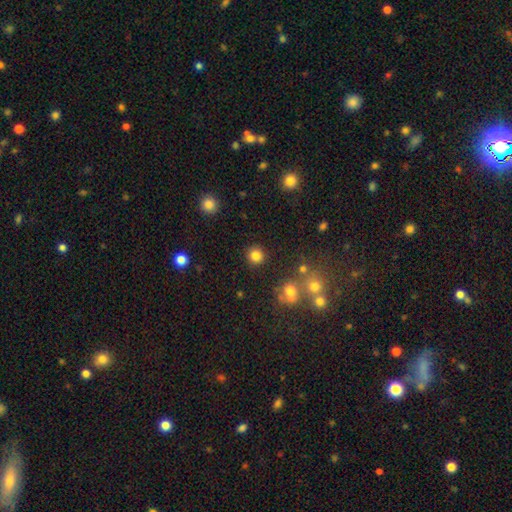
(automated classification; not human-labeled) smooth 82%, star or artifact 13%, featured or disk 5%. Down the decision tree: how rounded — round (94%); merging — none (89%).